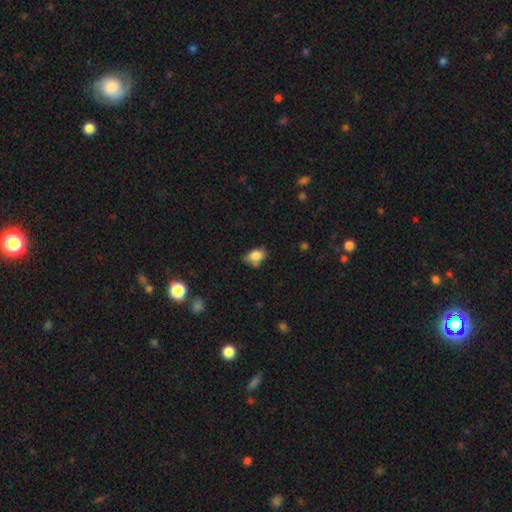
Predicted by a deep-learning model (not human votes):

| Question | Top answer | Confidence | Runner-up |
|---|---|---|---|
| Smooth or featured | smooth | 81% | featured or disk (9%) |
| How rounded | in between | 77% | round (21%) |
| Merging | none | 53% | minor disturbance (32%) |